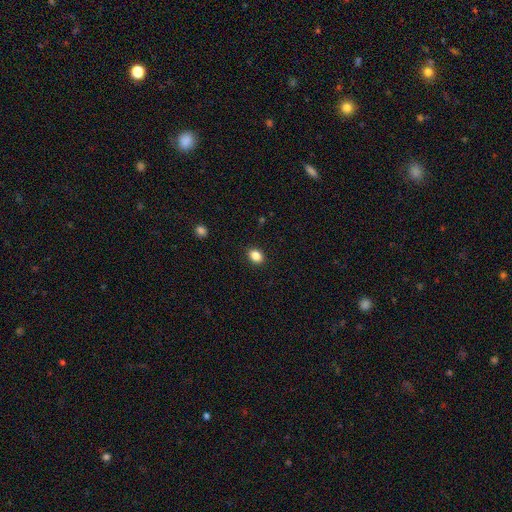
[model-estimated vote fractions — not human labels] Q: Smooth or featured?
A: smooth (86%); runner-up: star or artifact (10%)
Q: How rounded?
A: in between (68%); runner-up: round (31%)
Q: Merging?
A: none (90%); runner-up: minor disturbance (7%)